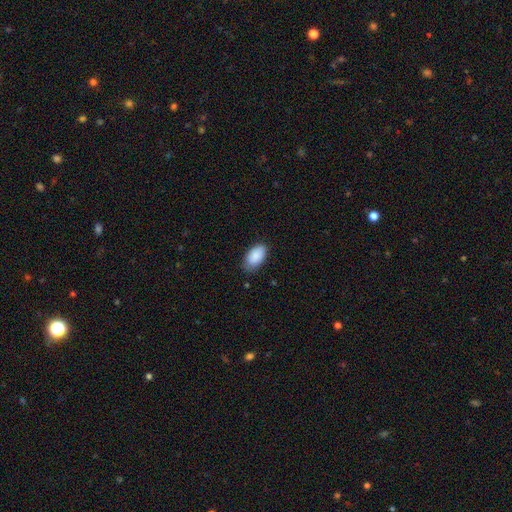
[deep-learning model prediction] Smooth or featured? smooth (89%)
How rounded? in between (95%)
Merging? none (76%)